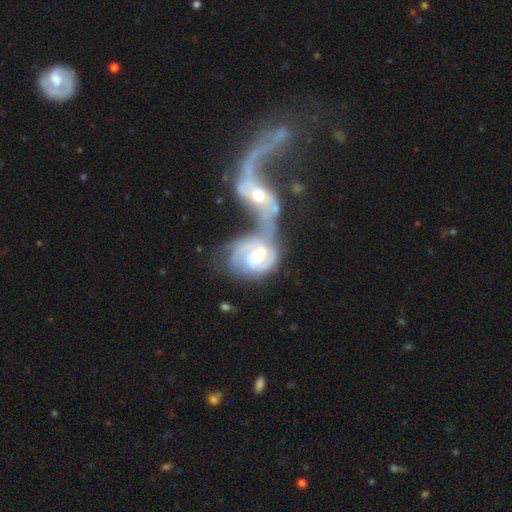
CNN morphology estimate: Smooth or featured? featured or disk (86%)
Edge-on disk? no (97%)
Bar? weak (47%)
Spiral arms? yes (95%)
Spiral winding? tight (47%)
Spiral arm count? 2 (67%)
Bulge size? moderate (66%)
Merging? merger (79%)